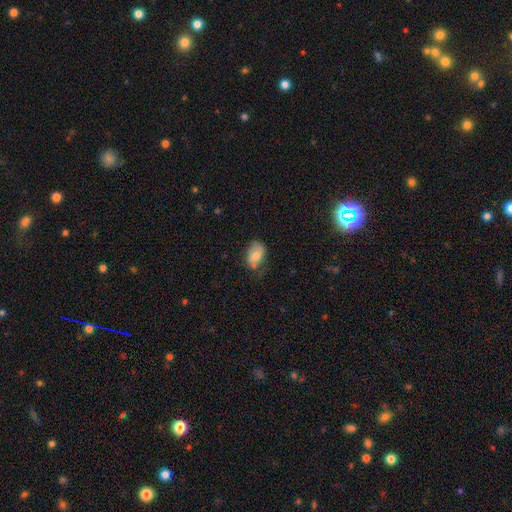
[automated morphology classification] type=smooth (73%); roundness=in between (86%); merging=none (50%).